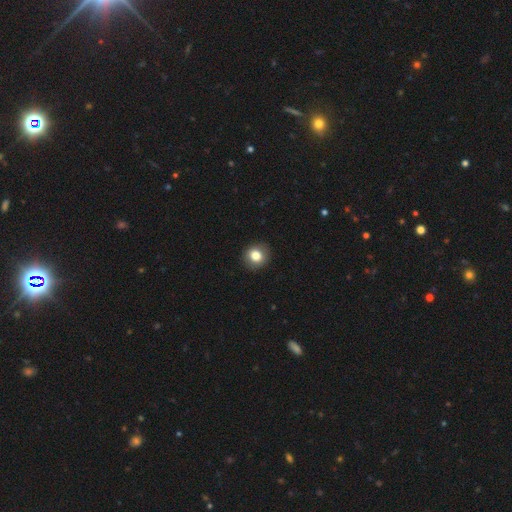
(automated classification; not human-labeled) smooth-or-featured: smooth: 81% | star or artifact: 10% | featured or disk: 9%
  how-rounded: round: 83% | in between: 16% | cigar-shaped: 1%
  merging: none: 90% | minor disturbance: 7% | major disturbance: 2% | merger: 1%